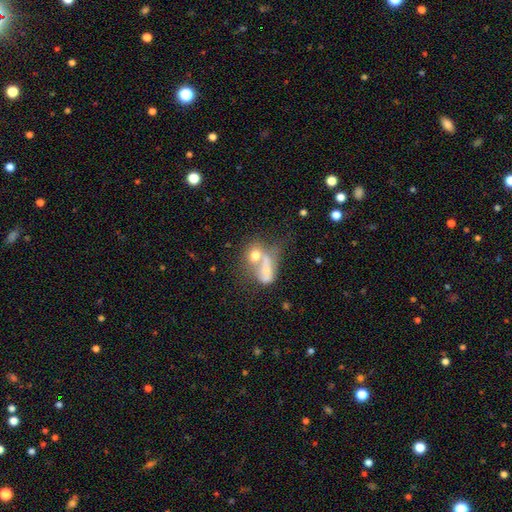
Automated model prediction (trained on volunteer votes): The model was most divided on "smooth or featured": smooth: 47%, featured or disk: 37%, star or artifact: 16%. More confident: merging — merger (64%).